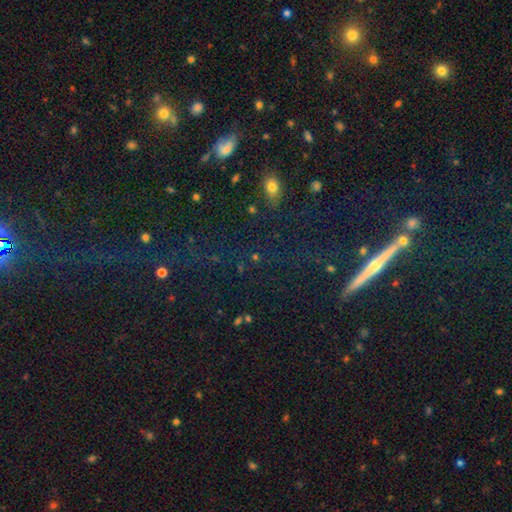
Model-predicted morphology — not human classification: smooth_or_featured: star or artifact (p=0.52) [alt: featured or disk p=0.28]